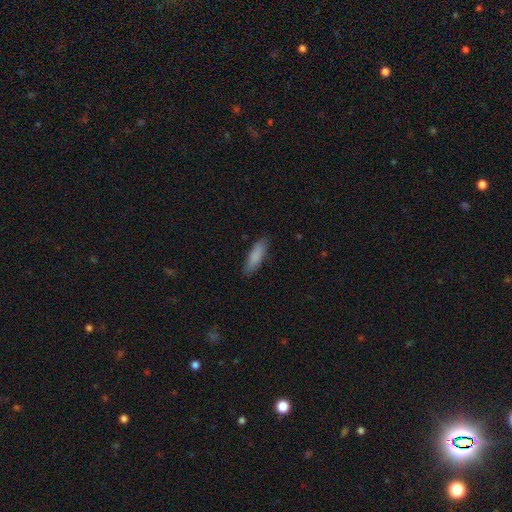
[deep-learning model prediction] Smooth or featured: smooth — 86% (featured or disk — 8%)
How rounded: cigar-shaped — 59% (in between — 39%)
Merging: none — 85% (minor disturbance — 12%)